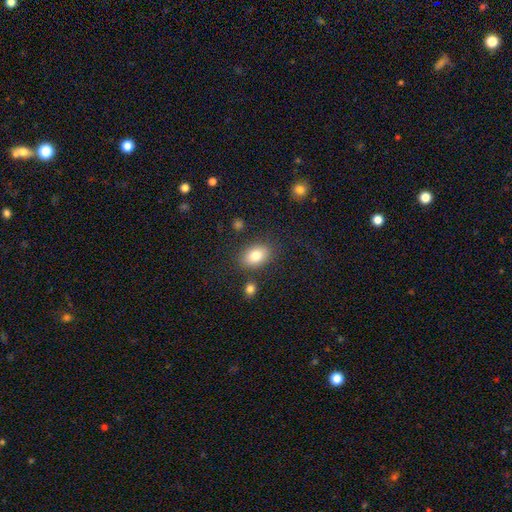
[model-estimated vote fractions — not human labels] smooth-or-featured: smooth: 81% | featured or disk: 10% | star or artifact: 9%
  how-rounded: in between: 78% | round: 20% | cigar-shaped: 1%
  merging: none: 82% | minor disturbance: 11% | merger: 4% | major disturbance: 3%